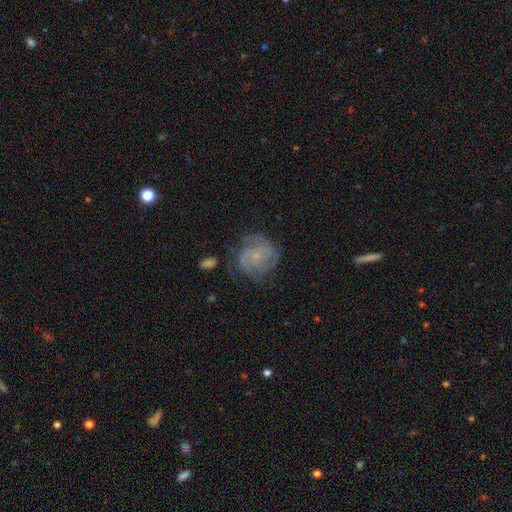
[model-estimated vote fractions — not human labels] This appears to be a featured or disk galaxy (73%) with no bar (74%), tight (51%) spiral arms (90%) and a small central bulge (80%). Merging: none (65%).